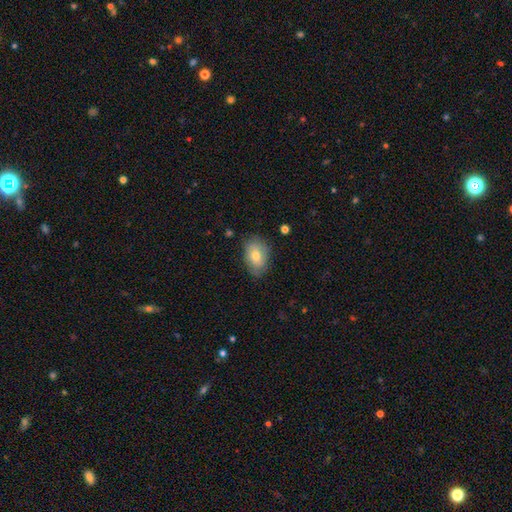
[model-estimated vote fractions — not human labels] Morphology: type=smooth (73%); roundness=in between (86%); merging=none (76%).